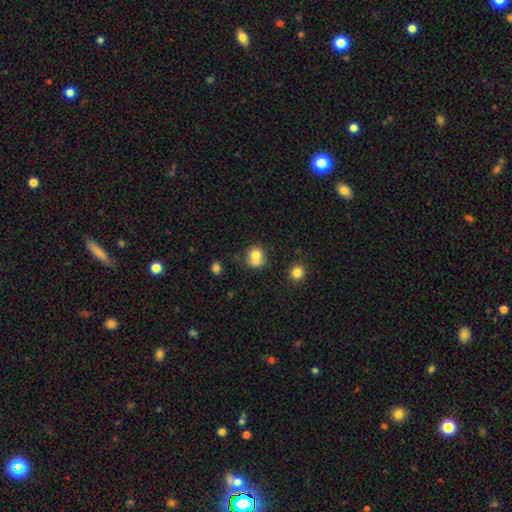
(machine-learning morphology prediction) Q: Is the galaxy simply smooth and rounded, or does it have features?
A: smooth — 75%.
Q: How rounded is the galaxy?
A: round — 77%.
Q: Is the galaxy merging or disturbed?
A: none — 44%.